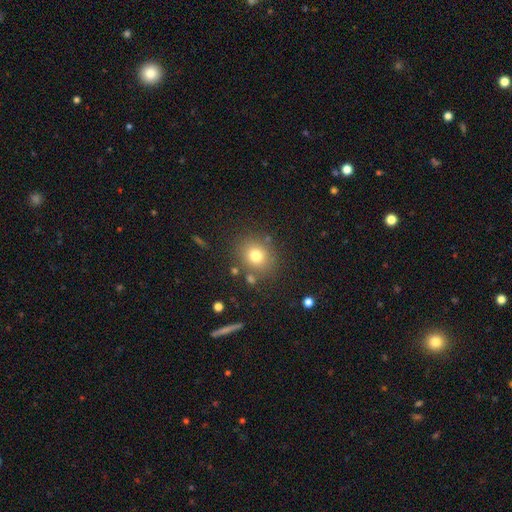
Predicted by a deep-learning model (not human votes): Smooth or featured? Predicted: smooth (p=0.75). How rounded? Predicted: round (p=0.77). Merging? Predicted: none (p=0.81).